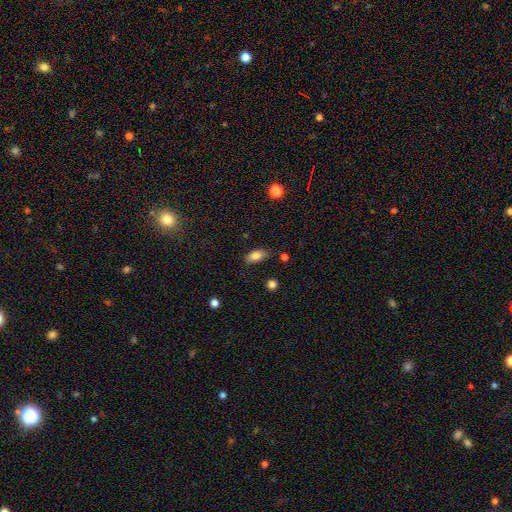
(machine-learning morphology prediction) Smooth or featured?
  - smooth: 82% *
  - featured or disk: 9%
  - star or artifact: 8%
How rounded?
  - in between: 86% *
  - cigar-shaped: 10%
  - round: 4%
Merging?
  - none: 79% *
  - minor disturbance: 15%
  - major disturbance: 3%
  - merger: 2%